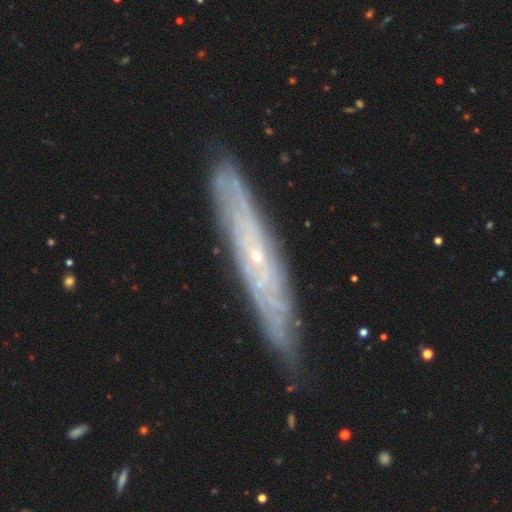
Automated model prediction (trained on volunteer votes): featured or disk 77%, smooth 16%, star or artifact 7%. Down the decision tree: edge-on disk — yes (54%); merging — none (83%).